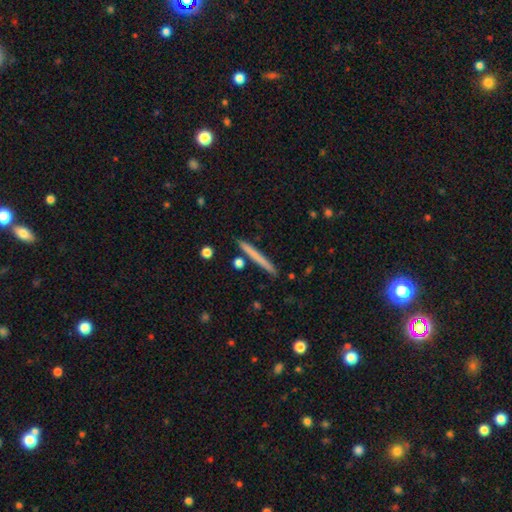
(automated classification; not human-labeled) The model was most divided on "smooth or featured": smooth: 62%, featured or disk: 32%, star or artifact: 6%. More confident: how rounded — cigar-shaped (97%); merging — none (90%).